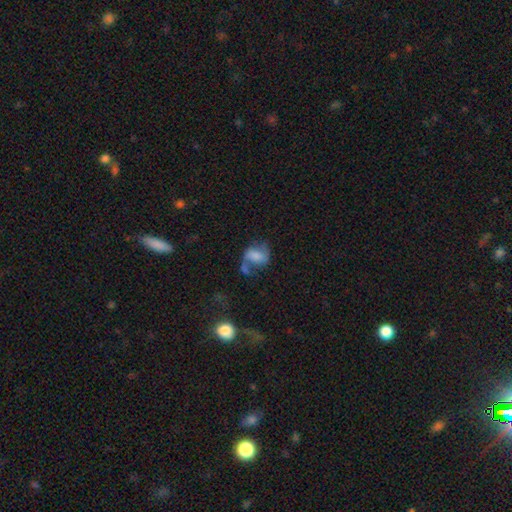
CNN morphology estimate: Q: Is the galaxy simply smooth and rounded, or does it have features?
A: featured or disk — 49%.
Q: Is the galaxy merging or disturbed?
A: none — 35%.